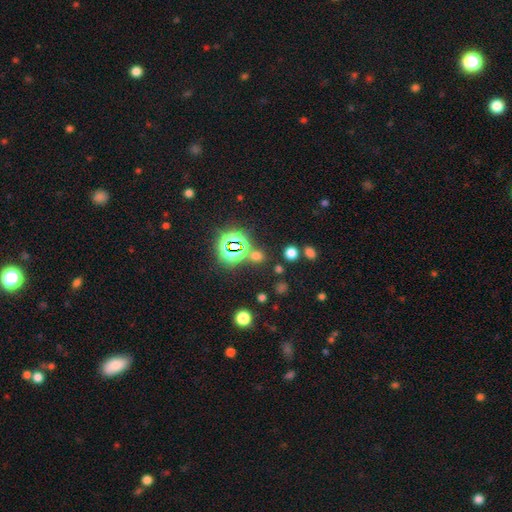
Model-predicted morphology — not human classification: This appears to be a smooth galaxy with no disk features (50%). Merging: none (76%).